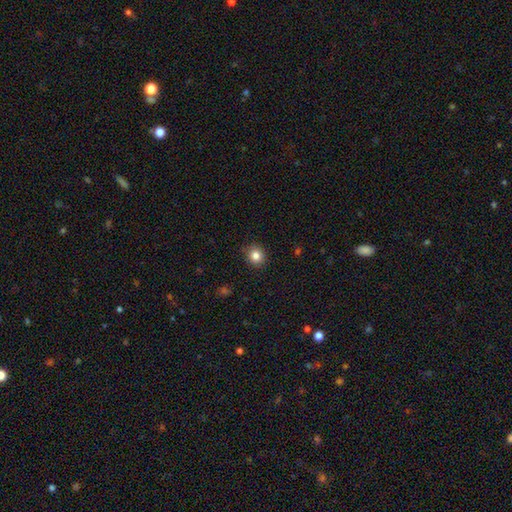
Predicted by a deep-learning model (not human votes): smooth-or-featured: smooth: 83% | star or artifact: 11% | featured or disk: 6%
  how-rounded: round: 84% | in between: 15% | cigar-shaped: 1%
  merging: none: 90% | minor disturbance: 7% | major disturbance: 2% | merger: 1%